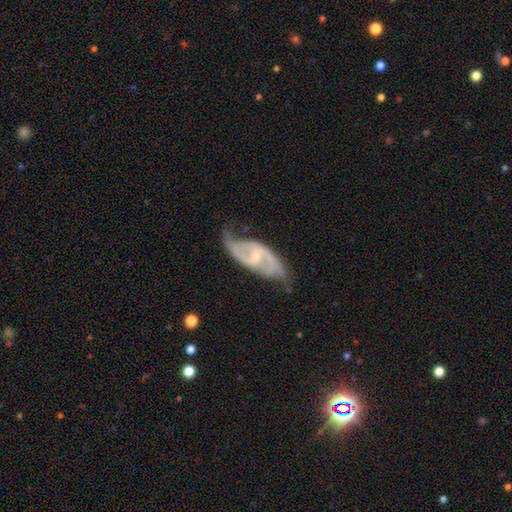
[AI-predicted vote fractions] Smooth or featured: featured or disk — 87% (smooth — 8%)
Edge-on disk: no — 94% (yes — 6%)
Bar: weak — 47% (no — 33%)
Spiral arms: yes — 95% (no — 5%)
Spiral winding: medium — 45% (loose — 37%)
Spiral arm count: 2 — 88% (can't tell — 5%)
Bulge size: small — 69% (moderate — 26%)
Merging: none — 65% (minor disturbance — 24%)